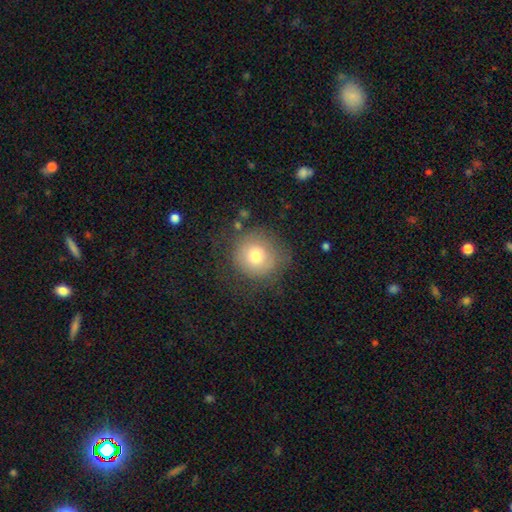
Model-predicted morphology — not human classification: A smooth galaxy with no disk features (70%) that is round (91%). Merging: none (70%).